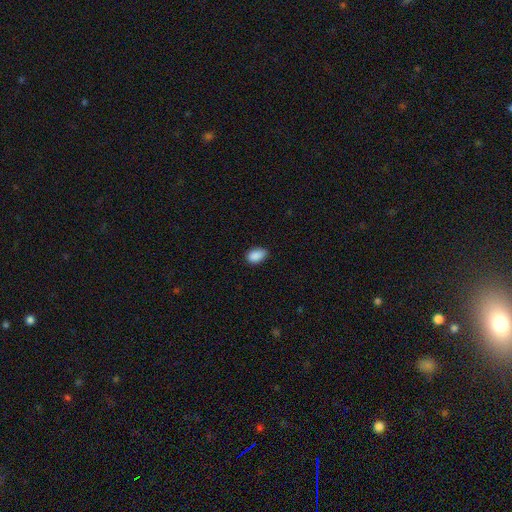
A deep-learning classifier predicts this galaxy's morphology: Smooth or featured? Predicted: smooth (p=0.89). How rounded? Predicted: in between (p=0.91). Merging? Predicted: none (p=0.79).